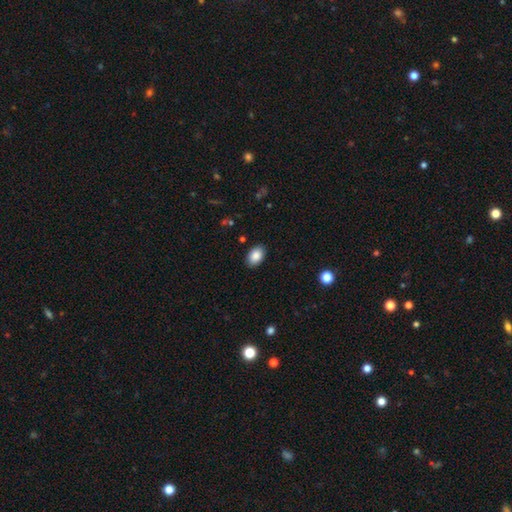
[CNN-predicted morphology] smooth 88%, star or artifact 7%, featured or disk 5%. Down the decision tree: how rounded — in between (88%); merging — none (89%).